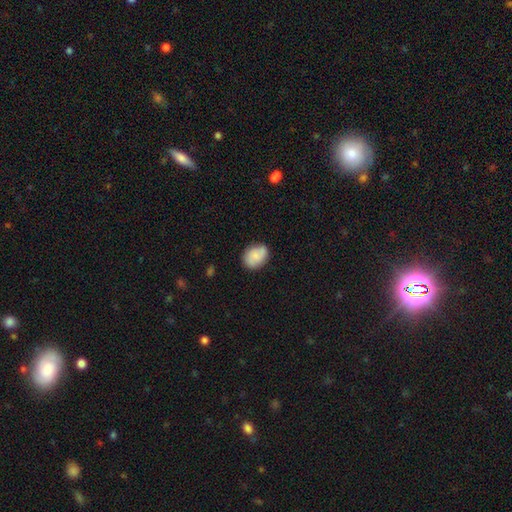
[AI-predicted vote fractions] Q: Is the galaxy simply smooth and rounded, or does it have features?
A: smooth — 78%.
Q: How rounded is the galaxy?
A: in between — 65%.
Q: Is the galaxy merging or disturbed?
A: none — 74%.